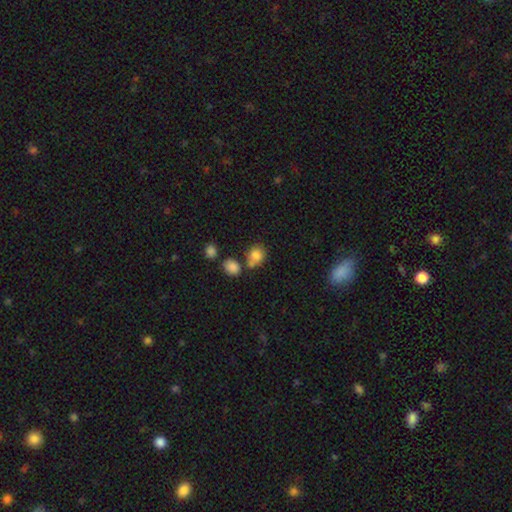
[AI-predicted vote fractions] Morphology: type=smooth (80%); roundness=round (65%); merging=none (50%).